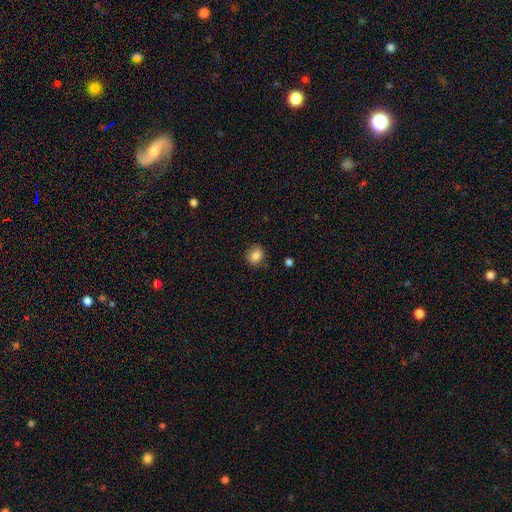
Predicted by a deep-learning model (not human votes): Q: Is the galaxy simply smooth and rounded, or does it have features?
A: smooth — 84%.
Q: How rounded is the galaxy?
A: round — 63%.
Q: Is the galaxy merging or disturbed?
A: none — 80%.